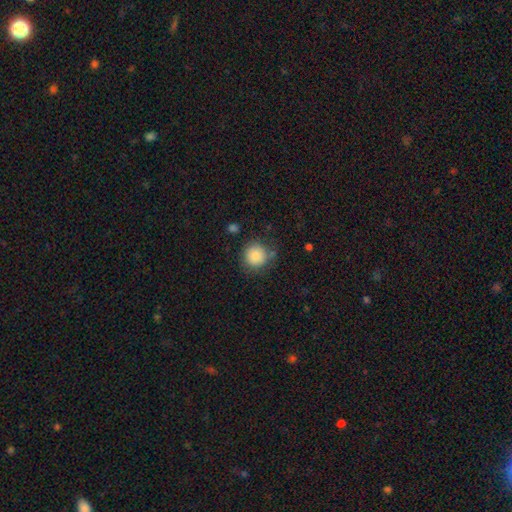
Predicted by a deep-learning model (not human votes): Smooth or featured: smooth — 84% (star or artifact — 9%)
How rounded: round — 92% (in between — 7%)
Merging: none — 78% (minor disturbance — 14%)